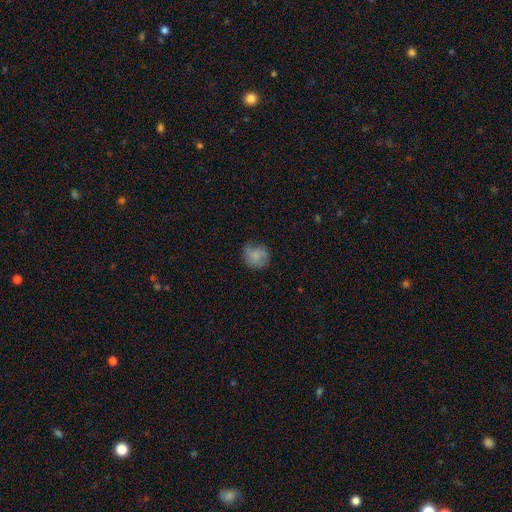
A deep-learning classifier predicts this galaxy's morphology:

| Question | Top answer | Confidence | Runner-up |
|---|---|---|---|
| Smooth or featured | smooth | 75% | featured or disk (16%) |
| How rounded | round | 83% | in between (16%) |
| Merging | none | 60% | minor disturbance (27%) |